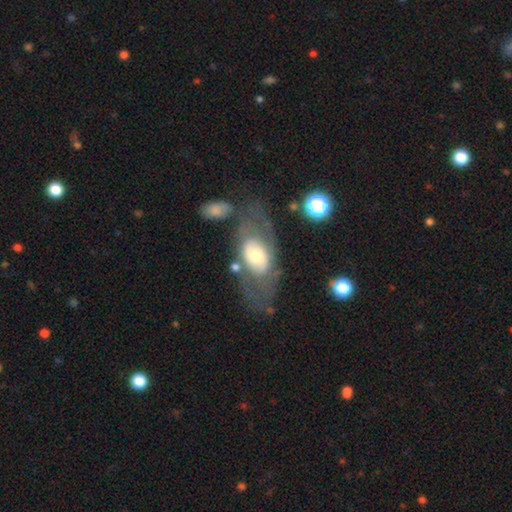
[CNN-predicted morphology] Smooth or featured? featured or disk (58%)
Edge-on disk? no (89%)
Bar? no (76%)
Spiral arms? no (65%)
Bulge size? moderate (59%)
Merging? none (57%)